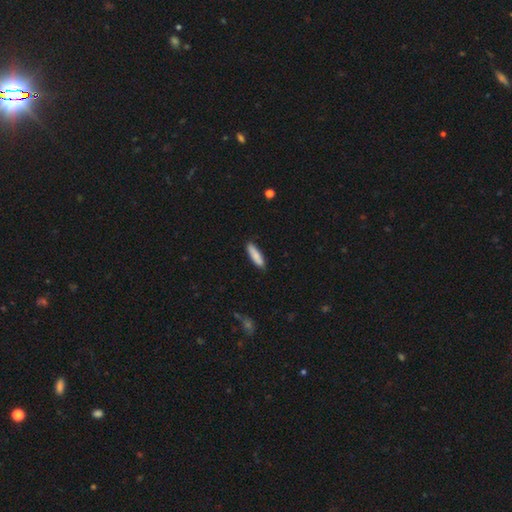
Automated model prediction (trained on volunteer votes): Smooth or featured: smooth — 85% (featured or disk — 9%)
How rounded: cigar-shaped — 68% (in between — 31%)
Merging: none — 86% (minor disturbance — 11%)